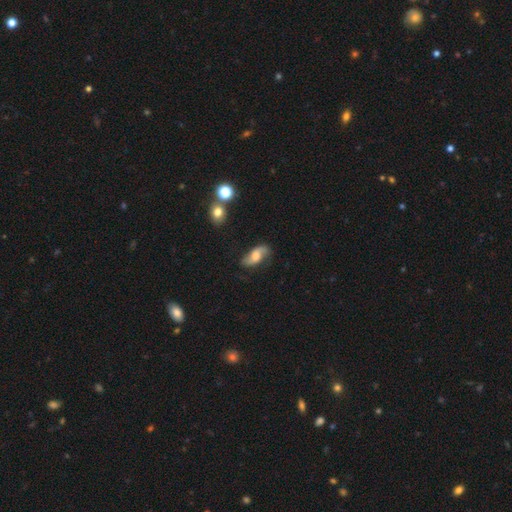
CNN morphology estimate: Smooth or featured: featured or disk — 63% (smooth — 29%)
Edge-on disk: no — 92% (yes — 8%)
Bar: no — 56% (weak — 34%)
Spiral arms: yes — 90% (no — 10%)
Spiral winding: loose — 64% (medium — 27%)
Spiral arm count: 2 — 89% (can't tell — 5%)
Bulge size: moderate — 57% (large — 22%)
Merging: none — 72% (minor disturbance — 19%)